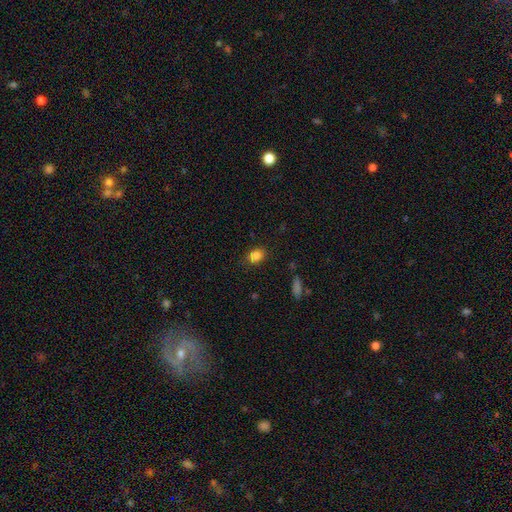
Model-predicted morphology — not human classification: smooth_or_featured: smooth (p=0.84) [alt: star or artifact p=0.10]
how_rounded: in between (p=0.58) [alt: round p=0.40]
merging: none (p=0.84) [alt: minor disturbance p=0.12]